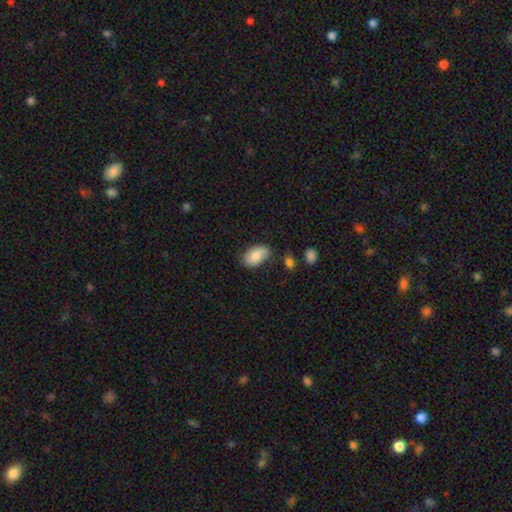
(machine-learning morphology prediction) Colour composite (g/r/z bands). It shows a smooth galaxy with no disk features (76%) that is in between round and cigar-shaped (92%). Merging: none (70%).